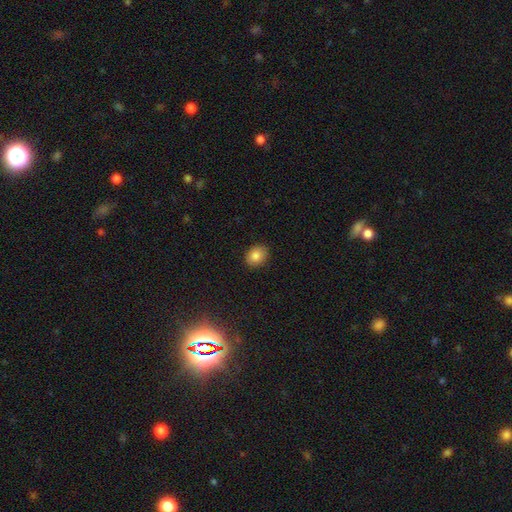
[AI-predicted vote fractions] The model was most divided on "how rounded": round: 53%, in between: 46%, cigar-shaped: 1%. More confident: merging — none (89%); smooth or featured — smooth (84%).